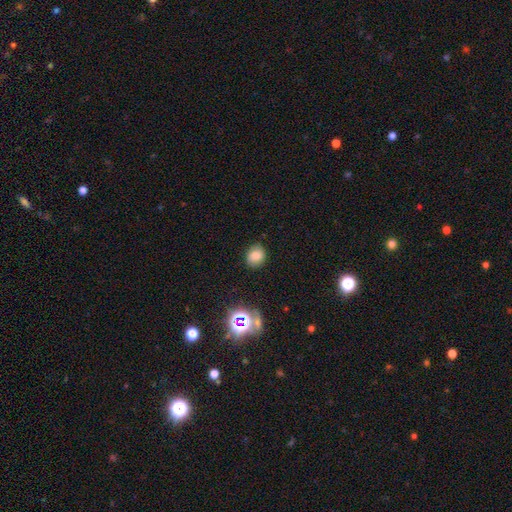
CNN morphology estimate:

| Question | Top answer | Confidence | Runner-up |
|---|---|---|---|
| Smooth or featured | smooth | 75% | star or artifact (14%) |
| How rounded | round | 61% | in between (38%) |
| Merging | none | 82% | minor disturbance (13%) |